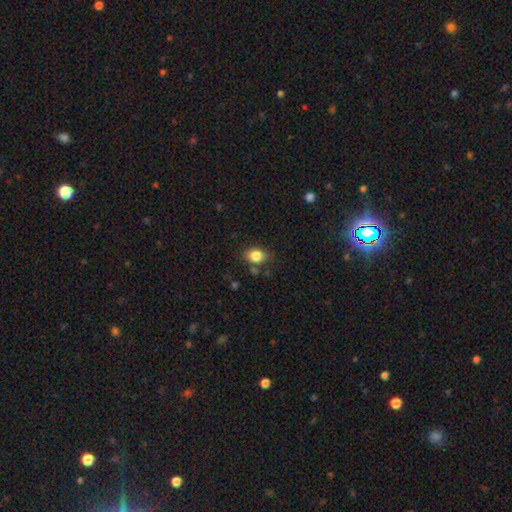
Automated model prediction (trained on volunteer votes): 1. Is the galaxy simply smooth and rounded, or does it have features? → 84% smooth, 10% star or artifact, 7% featured or disk.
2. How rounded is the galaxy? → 65% in between, 34% round, 1% cigar-shaped.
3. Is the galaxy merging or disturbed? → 78% none, 13% minor disturbance, 5% merger, 4% major disturbance.